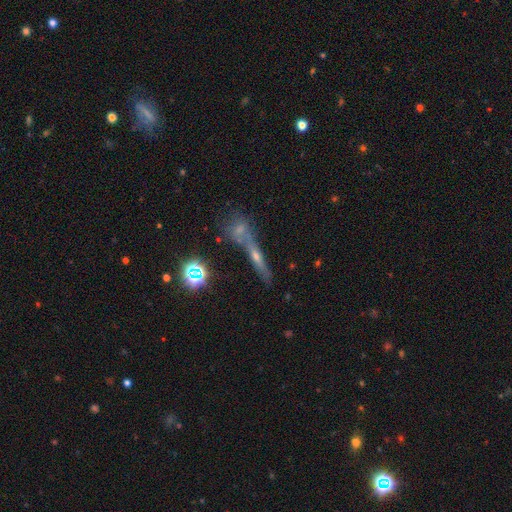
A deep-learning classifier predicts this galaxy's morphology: A smooth galaxy with no disk features (38%). Merging: none (50%).